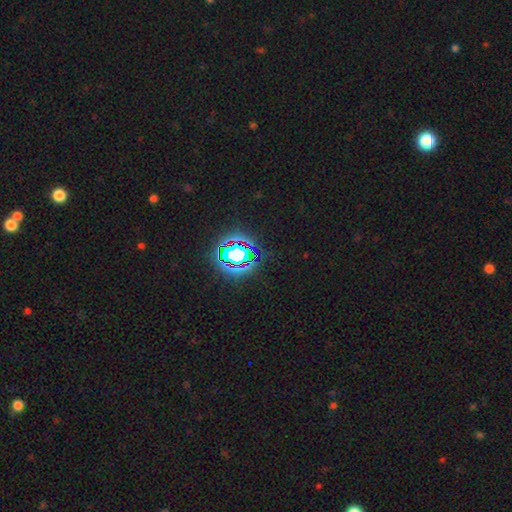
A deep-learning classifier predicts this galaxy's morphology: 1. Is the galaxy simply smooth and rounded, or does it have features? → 83% star or artifact, 11% smooth, 6% featured or disk.